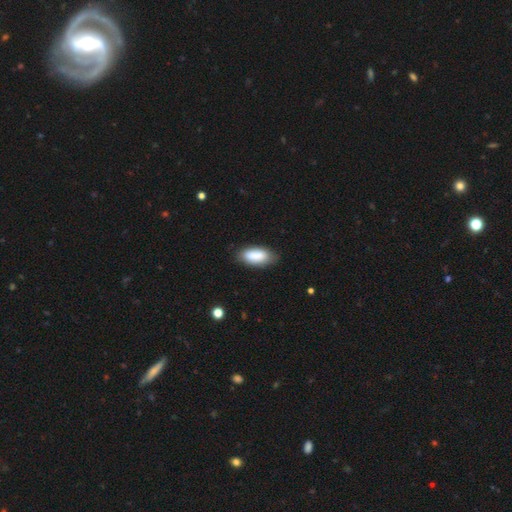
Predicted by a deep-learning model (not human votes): smooth-or-featured: smooth: 86% | featured or disk: 7% | star or artifact: 6%
  how-rounded: in between: 88% | cigar-shaped: 10% | round: 2%
  merging: none: 80% | minor disturbance: 16% | major disturbance: 3% | merger: 2%